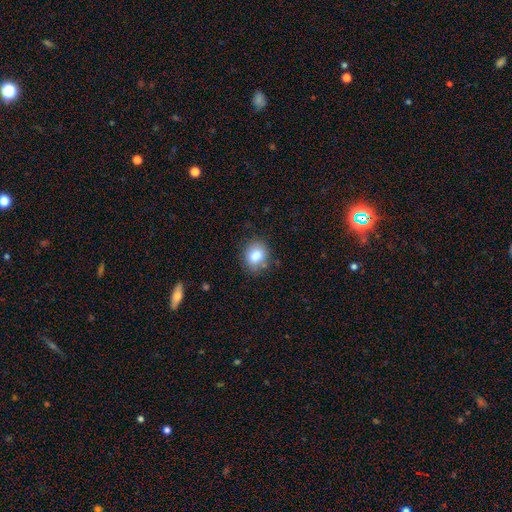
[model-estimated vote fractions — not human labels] Q: Smooth or featured?
A: smooth (81%); runner-up: star or artifact (10%)
Q: How rounded?
A: round (54%); runner-up: in between (45%)
Q: Merging?
A: none (78%); runner-up: minor disturbance (15%)